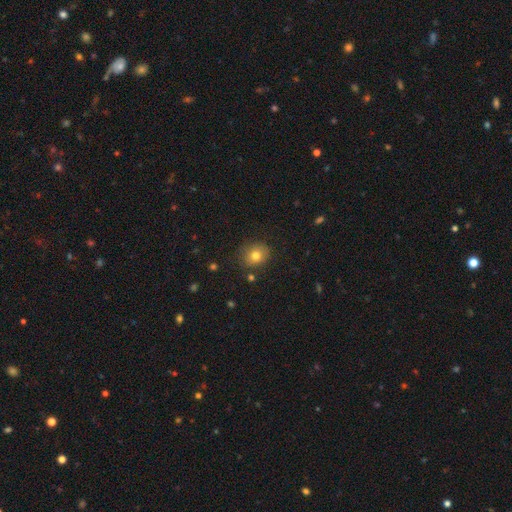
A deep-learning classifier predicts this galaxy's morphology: A smooth galaxy with no disk features (77%) that is round (66%). Merging: none (81%).